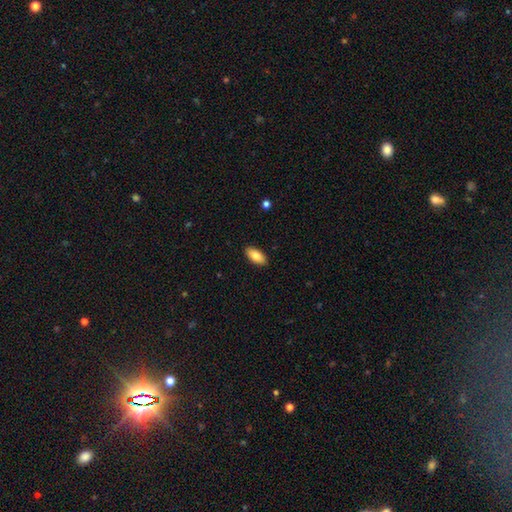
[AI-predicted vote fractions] Morphology: type=smooth (80%); roundness=in between (90%); merging=none (90%).